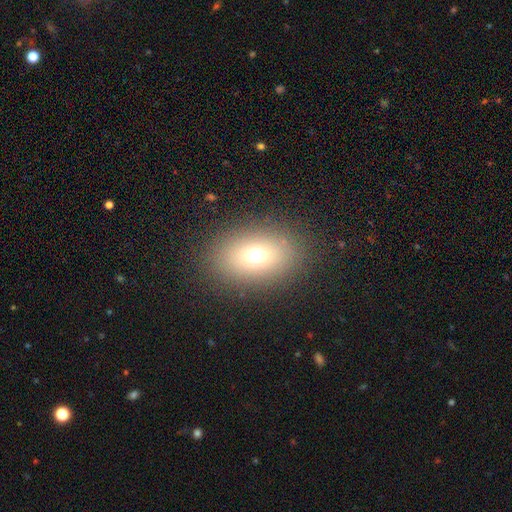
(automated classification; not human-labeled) Overall: smooth (68%). How rounded: in between (69%; round 30%). Merging: none (85%).